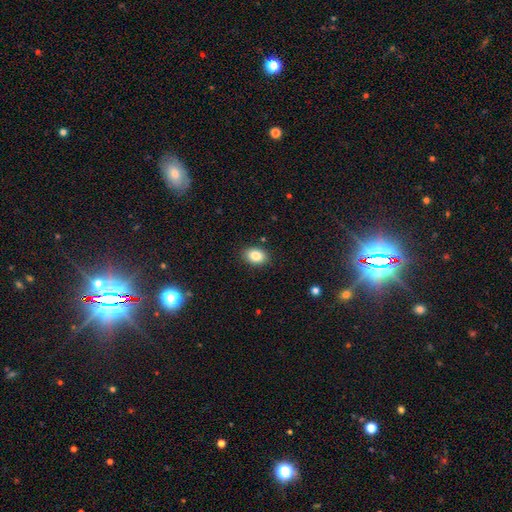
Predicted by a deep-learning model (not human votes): Q: Smooth or featured?
A: smooth (86%); runner-up: star or artifact (8%)
Q: How rounded?
A: in between (81%); runner-up: round (18%)
Q: Merging?
A: none (88%); runner-up: minor disturbance (9%)